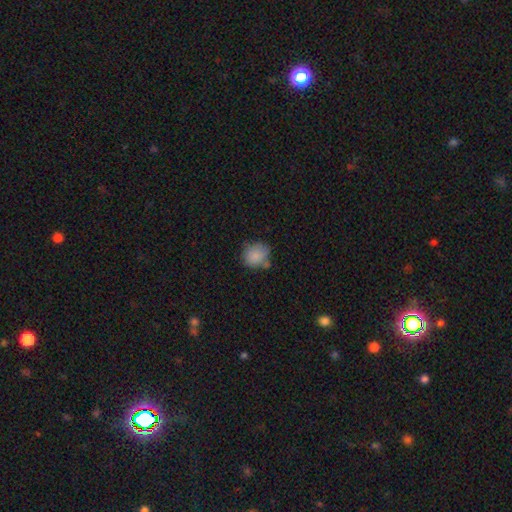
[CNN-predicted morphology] Smooth or featured? smooth (85%)
How rounded? round (75%)
Merging? none (57%)